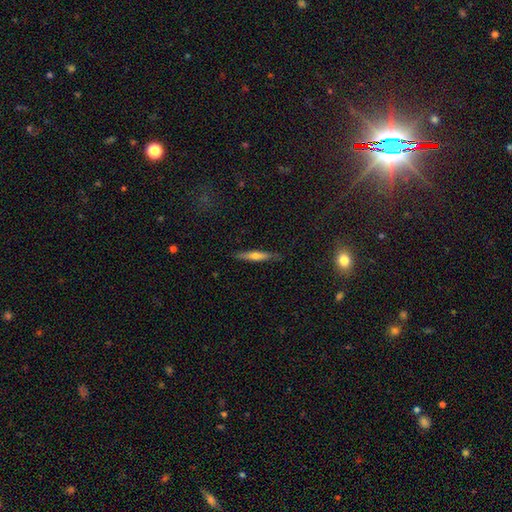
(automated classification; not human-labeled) The model was most divided on "smooth or featured": smooth: 49%, featured or disk: 44%, star or artifact: 7%. More confident: merging — none (86%).